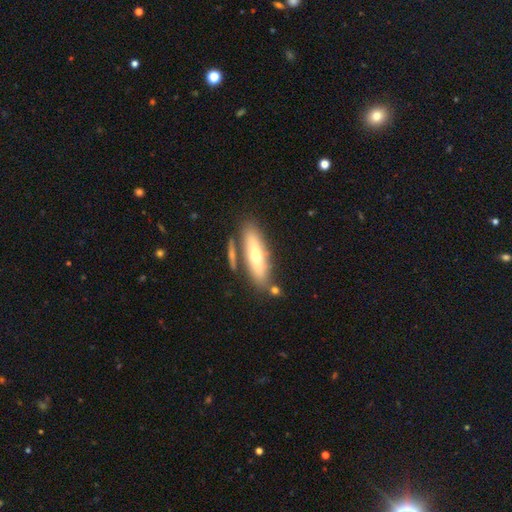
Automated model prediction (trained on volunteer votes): Smooth or featured?
  - smooth: 51% *
  - featured or disk: 42%
  - star or artifact: 6%
How rounded?
  - cigar-shaped: 53% *
  - in between: 45%
  - round: 2%
Merging?
  - none: 69% *
  - minor disturbance: 13%
  - merger: 13%
  - major disturbance: 4%